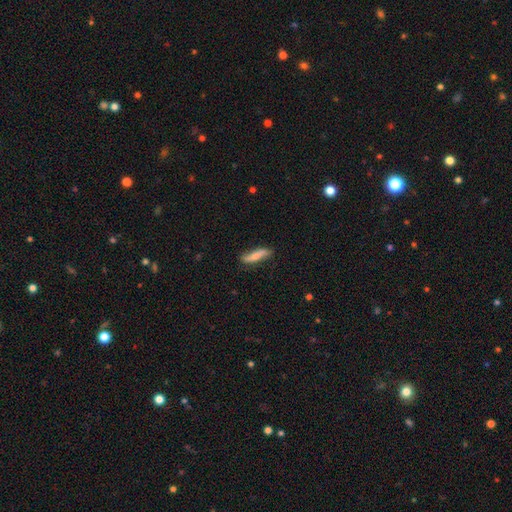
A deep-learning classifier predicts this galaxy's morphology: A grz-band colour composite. It shows a smooth galaxy with no disk features (66%) that is cigar-shaped (78%). Merging: none (76%).